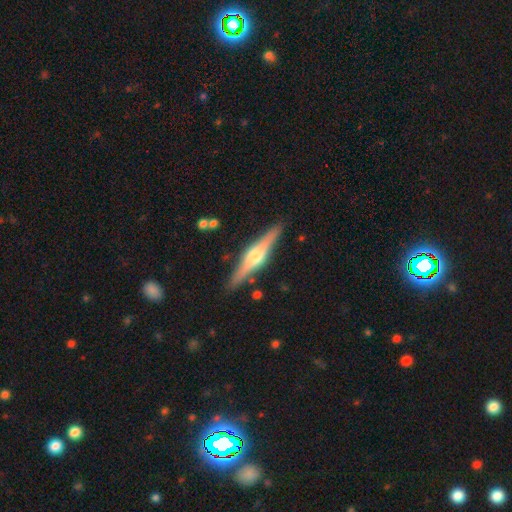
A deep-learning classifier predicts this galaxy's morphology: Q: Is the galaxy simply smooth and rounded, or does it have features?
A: featured or disk — 73%.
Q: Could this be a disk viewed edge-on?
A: yes — 97%.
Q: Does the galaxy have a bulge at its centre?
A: rounded — 90%.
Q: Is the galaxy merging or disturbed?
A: none — 87%.